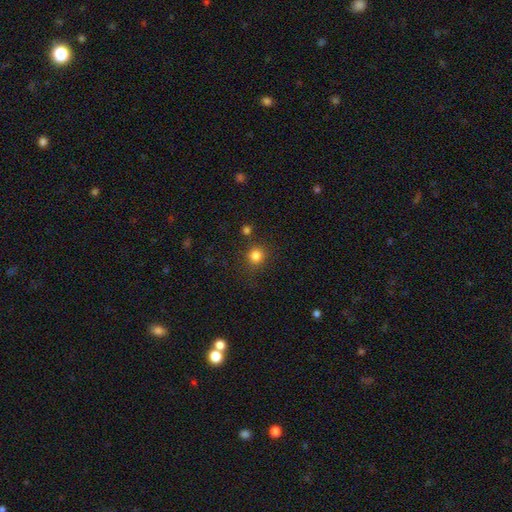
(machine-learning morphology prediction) Q: Smooth or featured?
A: smooth (82%); runner-up: star or artifact (13%)
Q: How rounded?
A: round (90%); runner-up: in between (9%)
Q: Merging?
A: none (81%); runner-up: minor disturbance (10%)